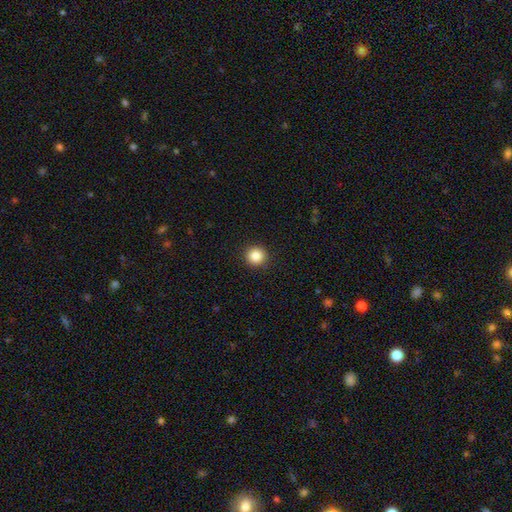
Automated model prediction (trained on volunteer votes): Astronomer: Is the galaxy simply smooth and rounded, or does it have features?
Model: smooth — 86%.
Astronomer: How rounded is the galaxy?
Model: round — 94%.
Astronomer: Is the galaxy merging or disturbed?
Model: none — 93%.